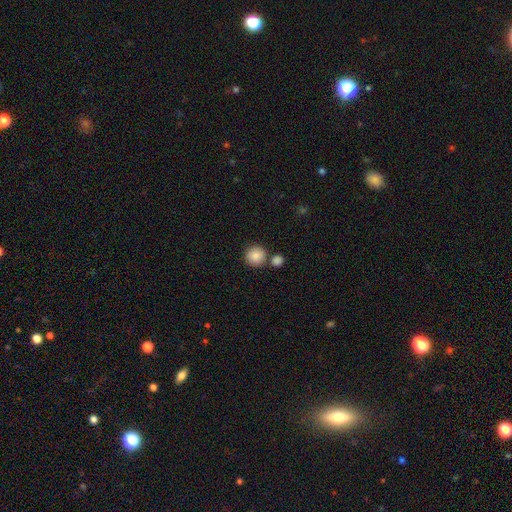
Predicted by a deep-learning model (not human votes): Smooth or featured: smooth — 86% (star or artifact — 9%)
How rounded: round — 93% (in between — 6%)
Merging: none — 72% (merger — 17%)